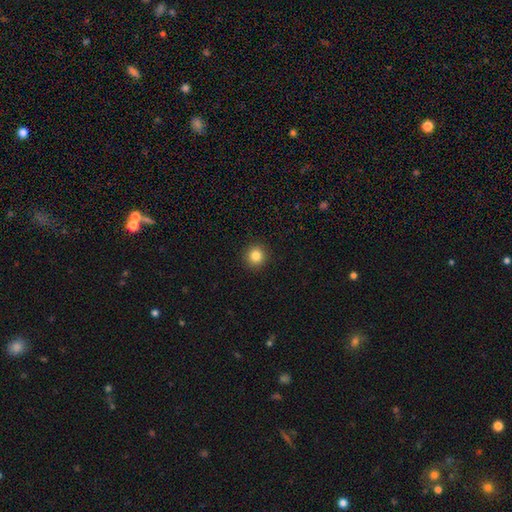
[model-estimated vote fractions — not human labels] Q: Smooth or featured?
A: smooth (84%); runner-up: star or artifact (11%)
Q: How rounded?
A: round (93%); runner-up: in between (6%)
Q: Merging?
A: none (93%); runner-up: minor disturbance (5%)